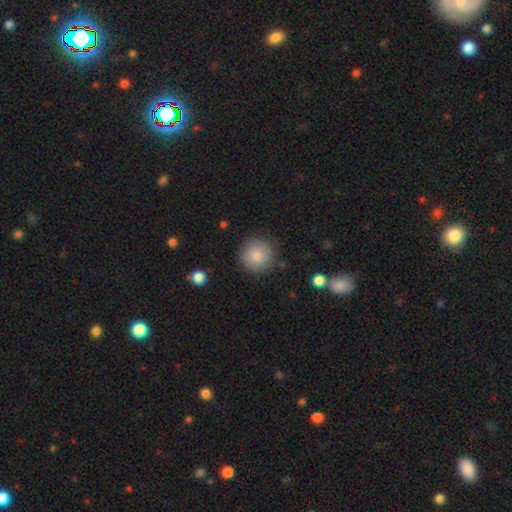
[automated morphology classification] This is clearly a smooth galaxy (81%). How rounded: clearly round (95%). Merging: clearly none (86%).